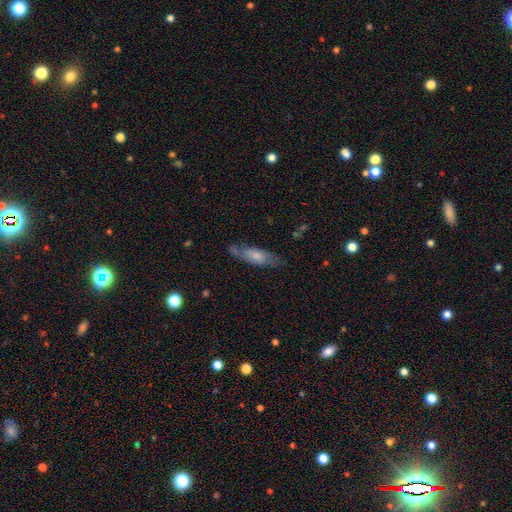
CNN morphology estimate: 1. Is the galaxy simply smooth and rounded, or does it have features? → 58% smooth, 36% featured or disk, 6% star or artifact.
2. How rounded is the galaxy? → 57% cigar-shaped, 41% in between, 2% round.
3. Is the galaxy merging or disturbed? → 68% none, 22% minor disturbance, 7% major disturbance, 3% merger.